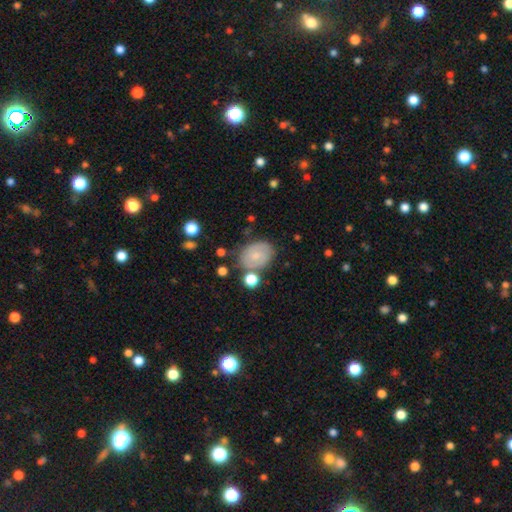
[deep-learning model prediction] Q: Smooth or featured?
A: smooth (57%); runner-up: featured or disk (34%)
Q: How rounded?
A: in between (59%); runner-up: round (40%)
Q: Merging?
A: none (69%); runner-up: minor disturbance (18%)